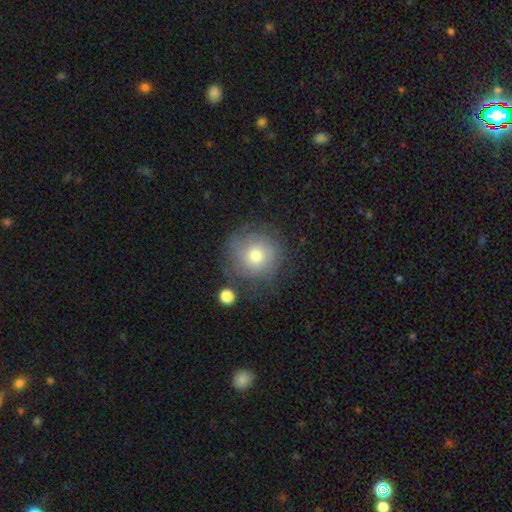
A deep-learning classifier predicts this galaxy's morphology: This appears to be a smooth galaxy with no disk features (55%) that is round (93%). Merging: none (72%).